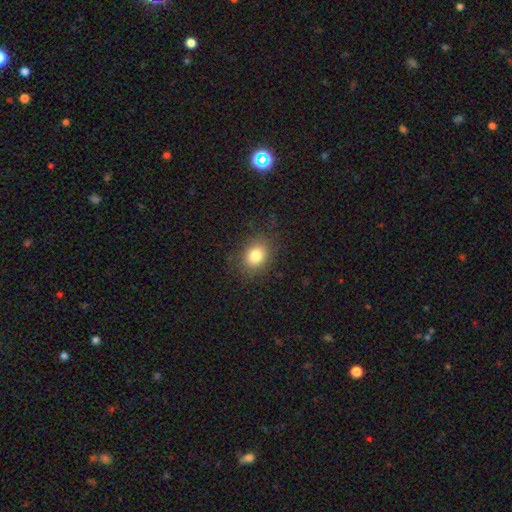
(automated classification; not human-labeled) A smooth galaxy with no disk features (81%) that is in between round and cigar-shaped (52%). Merging: none (85%).